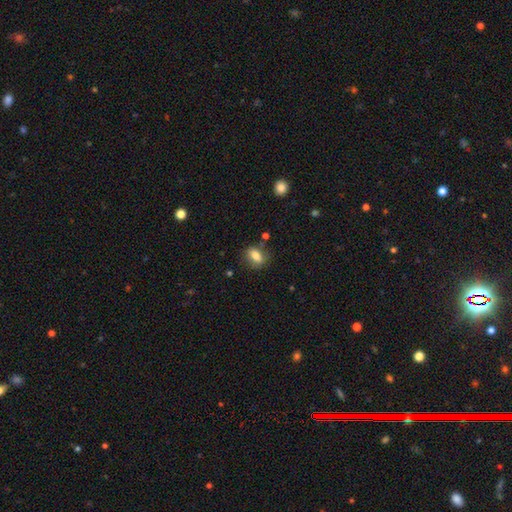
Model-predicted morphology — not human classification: A smooth galaxy with no disk features (76%) that is in between round and cigar-shaped (75%).

Vote fractions:
- Smooth or featured? smooth: 76% / featured or disk: 15% / star or artifact: 8%
- How rounded? in between: 75% / round: 18% / cigar-shaped: 6%
- Merging? none: 76% / minor disturbance: 16% / major disturbance: 5% / merger: 3%